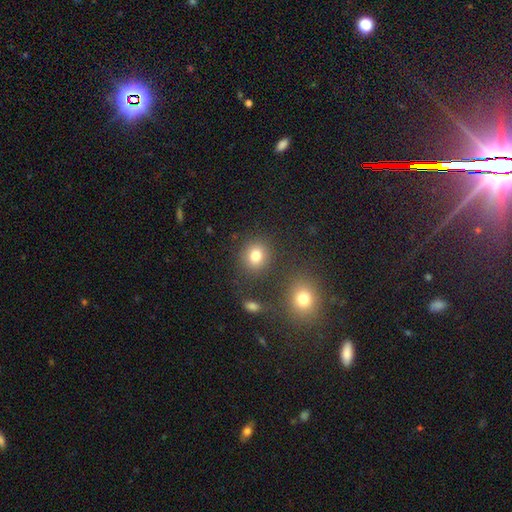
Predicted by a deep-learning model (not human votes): A smooth galaxy with no disk features (80%) that is round (79%).

Vote fractions:
- Smooth or featured? smooth: 80% / star or artifact: 13% / featured or disk: 7%
- How rounded? round: 79% / in between: 20% / cigar-shaped: 1%
- Merging? none: 82% / minor disturbance: 9% / merger: 6% / major disturbance: 4%